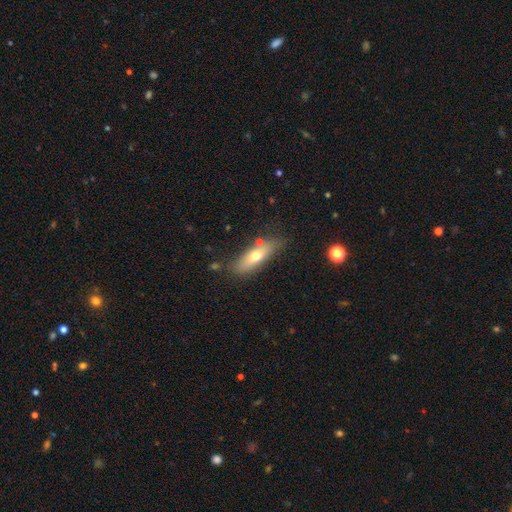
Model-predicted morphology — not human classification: smooth-or-featured: smooth: 60% | featured or disk: 33% | star or artifact: 7%
  how-rounded: in between: 51% | cigar-shaped: 46% | round: 3%
  merging: none: 77% | minor disturbance: 15% | merger: 4% | major disturbance: 4%